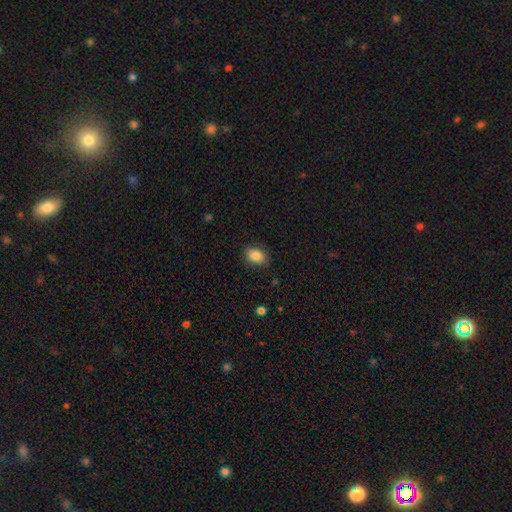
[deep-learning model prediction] A smooth galaxy with no disk features (86%) that is in between round and cigar-shaped (72%). Merging: none (84%).